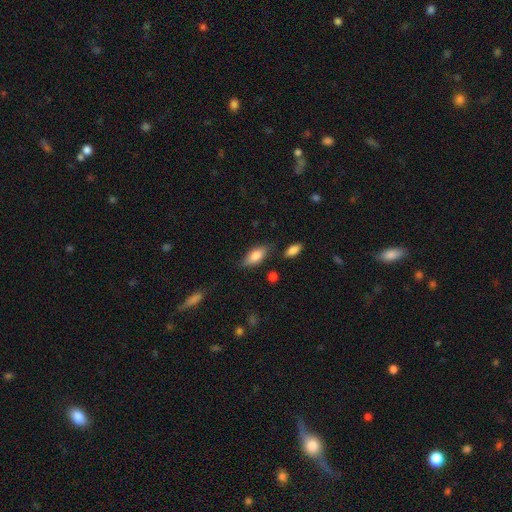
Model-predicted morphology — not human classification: Smooth or featured: smooth — 77% (featured or disk — 16%)
How rounded: in between — 83% (cigar-shaped — 15%)
Merging: none — 72% (minor disturbance — 20%)